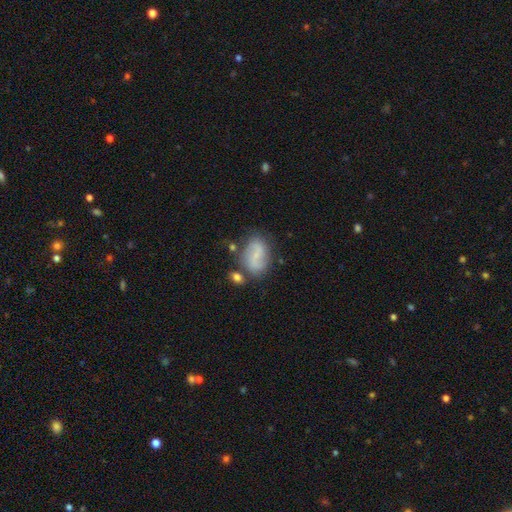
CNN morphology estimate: Smooth or featured? Predicted: featured or disk (p=0.57). Edge-on disk? Predicted: no (p=0.96). Bar? Predicted: weak (p=0.45). Spiral arms? Predicted: yes (p=0.84). Bulge size? Predicted: small (p=0.61). Merging? Predicted: none (p=0.64).